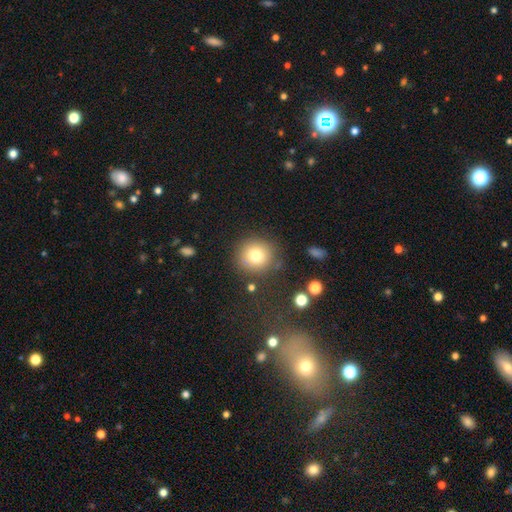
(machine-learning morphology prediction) This appears to be a smooth galaxy with no disk features (77%) that is round (92%). Merging: none (83%).